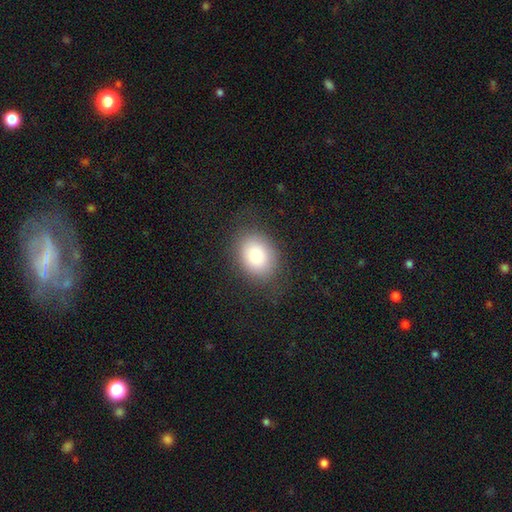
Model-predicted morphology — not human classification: smooth-or-featured: smooth: 80% | featured or disk: 11% | star or artifact: 9%
  how-rounded: in between: 63% | round: 36% | cigar-shaped: 1%
  merging: none: 76% | minor disturbance: 15% | major disturbance: 8% | merger: 1%